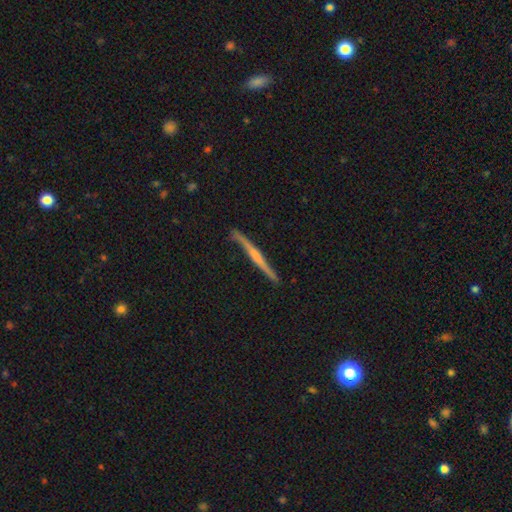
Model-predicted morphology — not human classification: Overall: featured or disk (69%). Edge-on disk: yes (96%). Edge-on bulge: none (44%; rounded 42%). Merging: none (83%).